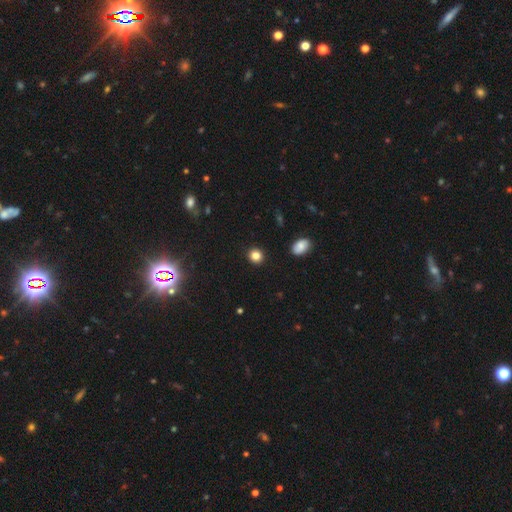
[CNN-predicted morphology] type=smooth (83%); roundness=round (87%); merging=none (92%).